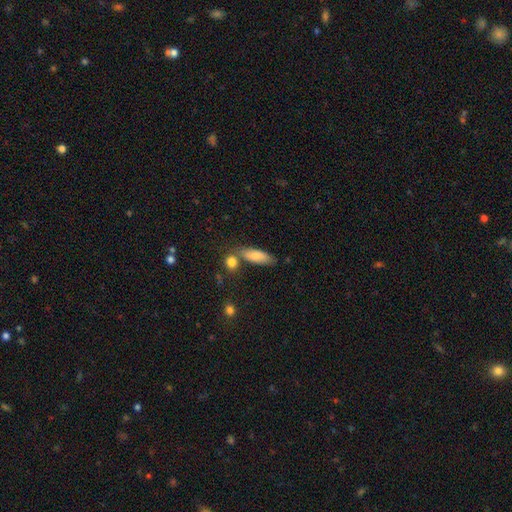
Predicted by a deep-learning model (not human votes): Morphology: type=smooth (79%); roundness=in between (61%); merging=none (67%).